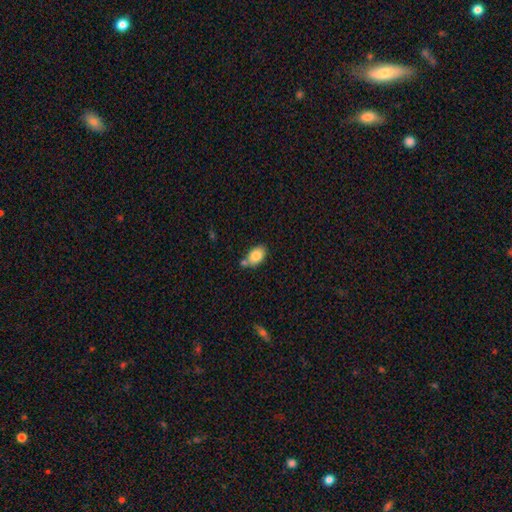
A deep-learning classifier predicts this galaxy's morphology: smooth-or-featured: smooth: 83% | featured or disk: 9% | star or artifact: 8%
  how-rounded: in between: 87% | round: 11% | cigar-shaped: 2%
  merging: none: 58% | merger: 20% | minor disturbance: 17% | major disturbance: 4%